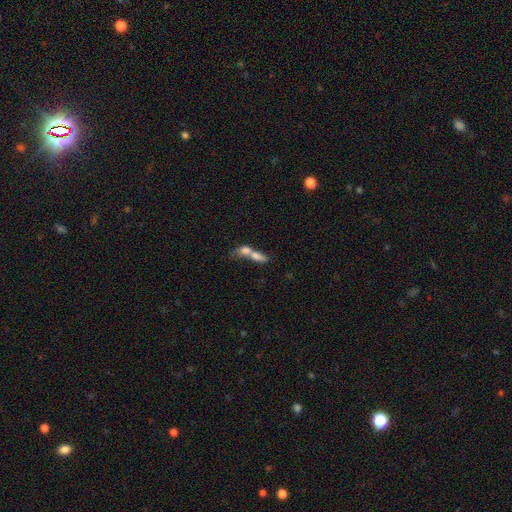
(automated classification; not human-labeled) A smooth galaxy with no disk features (68%) that is in between round and cigar-shaped (60%).

Vote fractions:
- Smooth or featured? smooth: 68% / featured or disk: 23% / star or artifact: 9%
- How rounded? in between: 60% / cigar-shaped: 24% / round: 16%
- Merging? merger: 77% / none: 12% / major disturbance: 6% / minor disturbance: 5%